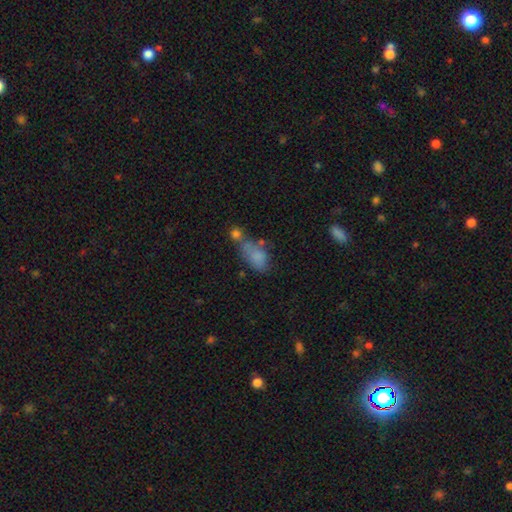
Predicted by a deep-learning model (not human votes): Smooth or featured: smooth — 73% (featured or disk — 15%)
How rounded: in between — 84% (round — 10%)
Merging: merger — 33% (none — 32%)